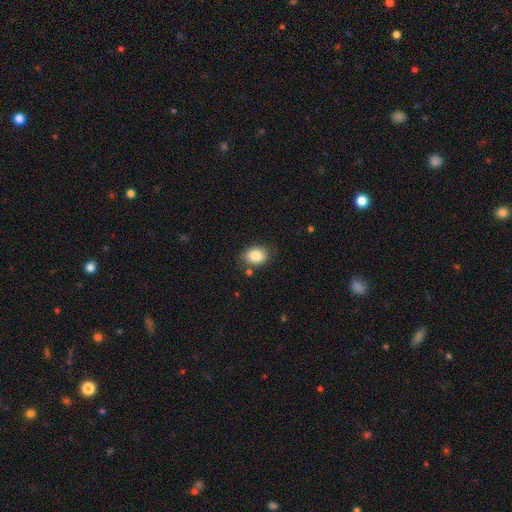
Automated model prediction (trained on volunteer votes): This is clearly a smooth galaxy (84%). How rounded: likely in between (64%). Merging: clearly none (80%).